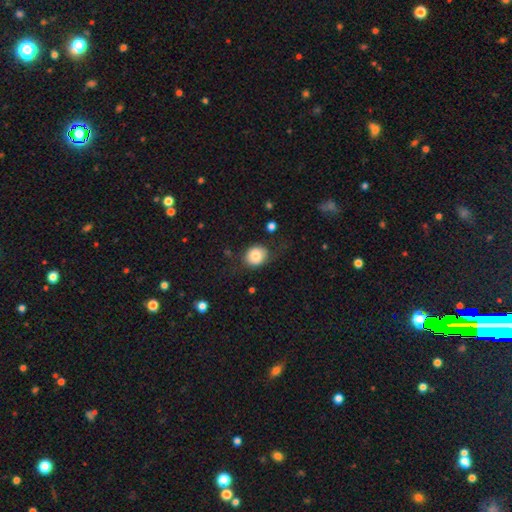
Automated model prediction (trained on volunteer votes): Smooth or featured? smooth (80%)
How rounded? round (73%)
Merging? none (72%)